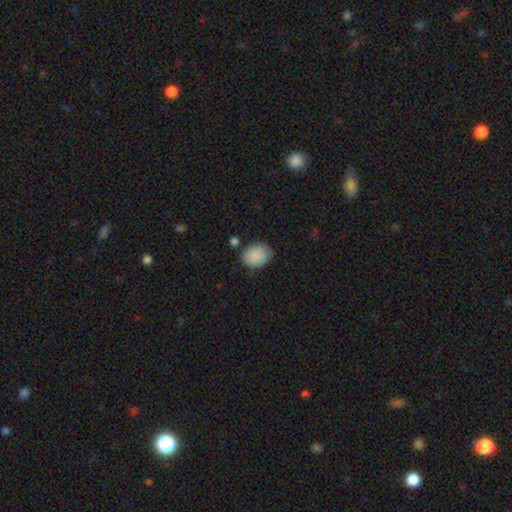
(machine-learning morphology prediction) smooth-or-featured: smooth: 87% | star or artifact: 7% | featured or disk: 6%
  how-rounded: in between: 58% | round: 41% | cigar-shaped: 1%
  merging: none: 71% | minor disturbance: 20% | major disturbance: 5% | merger: 4%